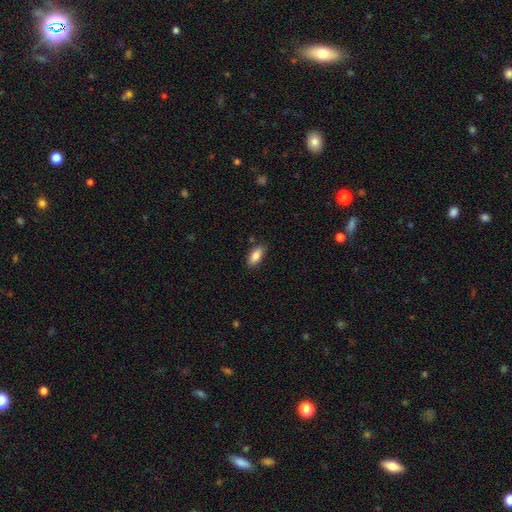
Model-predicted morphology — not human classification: Q: Smooth or featured?
A: smooth (85%); runner-up: featured or disk (9%)
Q: How rounded?
A: in between (87%); runner-up: cigar-shaped (10%)
Q: Merging?
A: none (86%); runner-up: minor disturbance (11%)